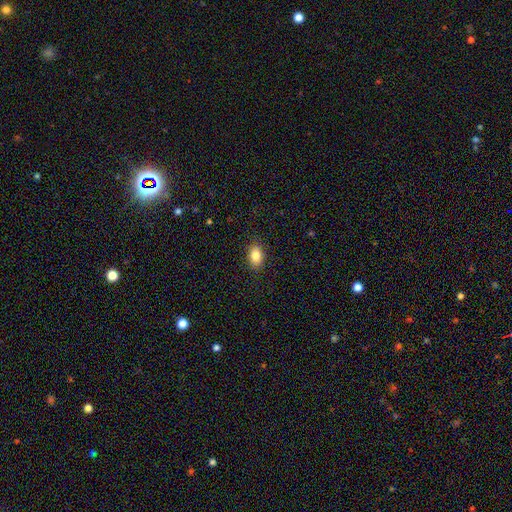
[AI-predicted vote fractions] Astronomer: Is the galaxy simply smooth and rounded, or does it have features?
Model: smooth — 85%.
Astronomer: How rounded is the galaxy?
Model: in between — 83%.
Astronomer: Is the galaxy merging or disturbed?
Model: none — 89%.